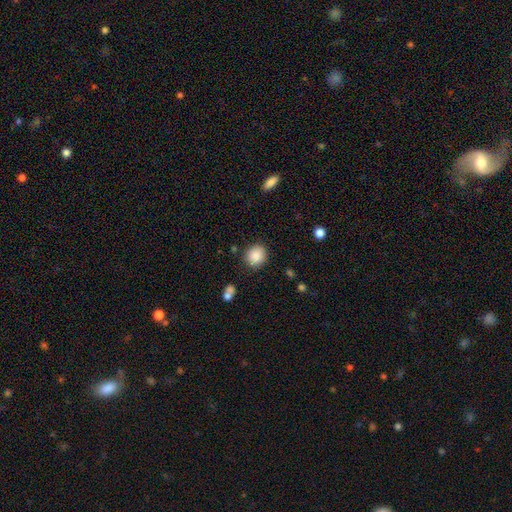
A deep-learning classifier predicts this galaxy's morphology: Q: Smooth or featured?
A: smooth (87%); runner-up: star or artifact (8%)
Q: How rounded?
A: round (74%); runner-up: in between (26%)
Q: Merging?
A: none (86%); runner-up: minor disturbance (9%)